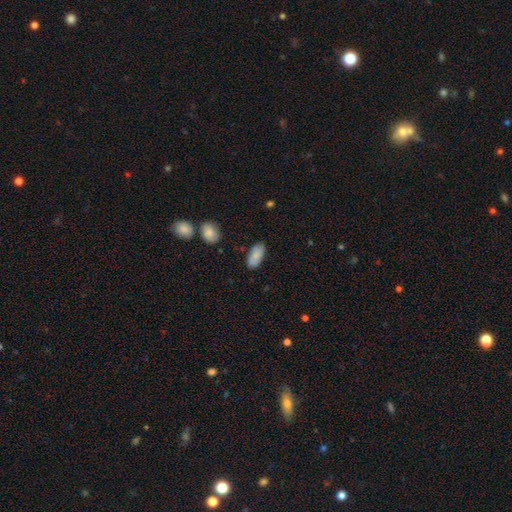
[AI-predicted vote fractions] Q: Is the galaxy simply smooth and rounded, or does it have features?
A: smooth — 78%.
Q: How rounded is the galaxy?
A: in between — 91%.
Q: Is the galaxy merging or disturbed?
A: none — 80%.